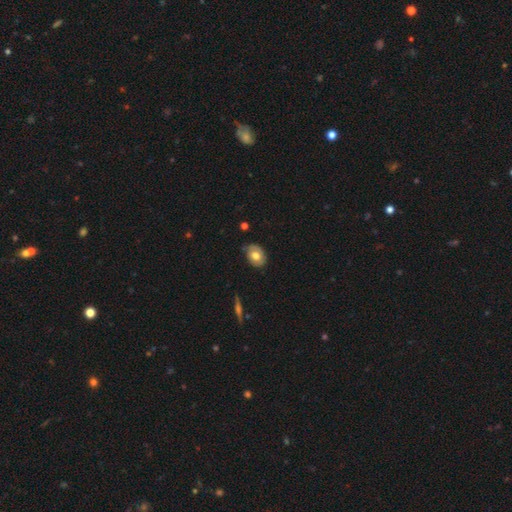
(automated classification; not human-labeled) This is likely a smooth galaxy (64%). How rounded: likely in between (76%). Merging: likely none (75%).